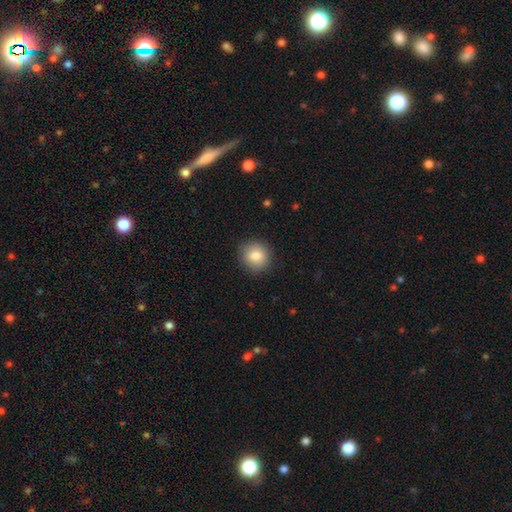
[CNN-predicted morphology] A smooth galaxy with no disk features (83%) that is round (90%).

Vote fractions:
- Smooth or featured? smooth: 83% / star or artifact: 9% / featured or disk: 7%
- How rounded? round: 90% / in between: 9% / cigar-shaped: 1%
- Merging? none: 90% / minor disturbance: 7% / major disturbance: 2% / merger: 1%